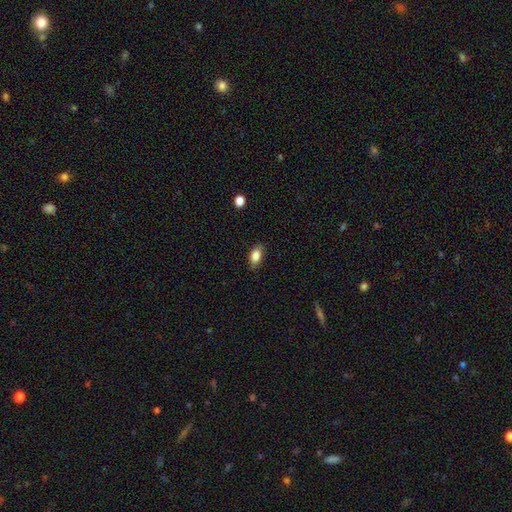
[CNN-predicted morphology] The model was most divided on "merging": none: 84%, minor disturbance: 13%, major disturbance: 3%, merger: 1%. More confident: how rounded — in between (87%); smooth or featured — smooth (85%).